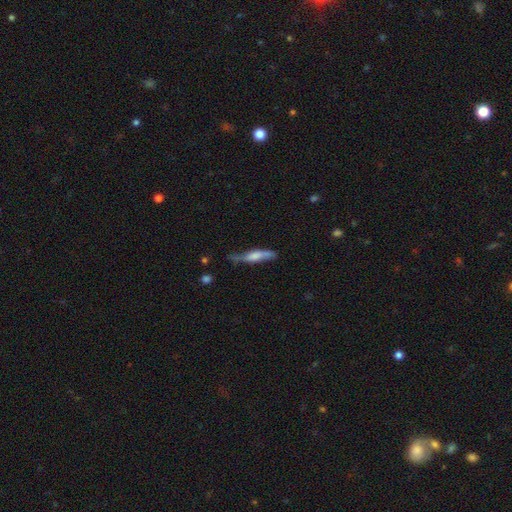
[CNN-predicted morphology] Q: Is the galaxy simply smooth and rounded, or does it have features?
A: smooth — 52%.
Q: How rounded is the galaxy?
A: cigar-shaped — 80%.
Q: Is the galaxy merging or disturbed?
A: none — 53%.